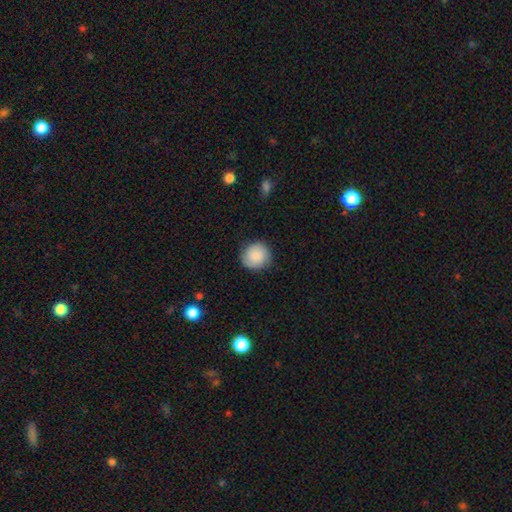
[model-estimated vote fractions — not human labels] Overall: smooth (81%). How rounded: round (91%). Merging: none (85%).